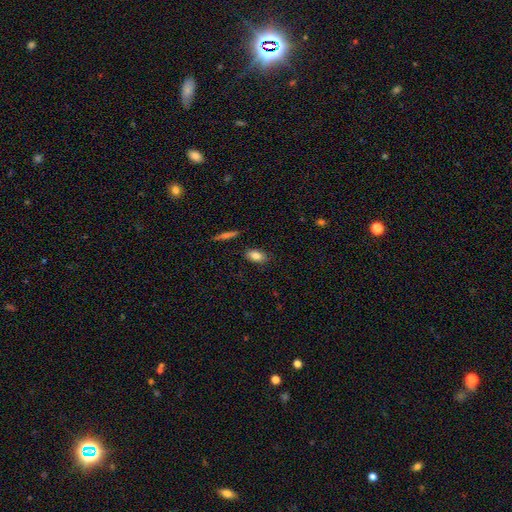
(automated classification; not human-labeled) Morphology: type=smooth (83%); roundness=in between (87%); merging=none (84%).